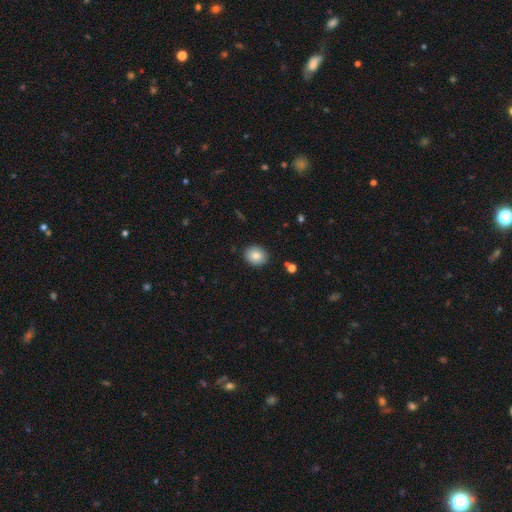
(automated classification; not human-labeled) This is clearly a smooth galaxy (84%). How rounded: possibly round (56%). Merging: clearly none (89%).